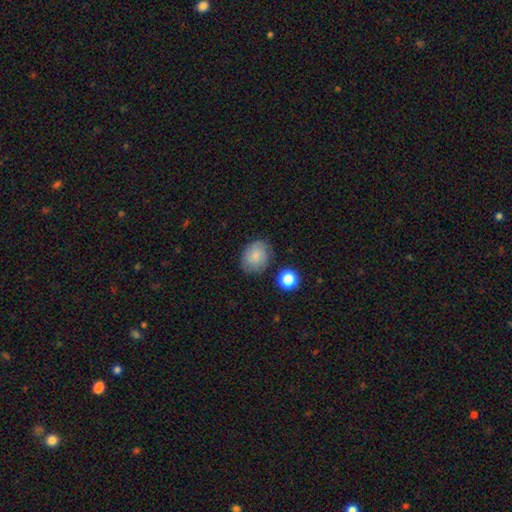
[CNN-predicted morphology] smooth-or-featured: smooth: 72% | featured or disk: 18% | star or artifact: 9%
  how-rounded: in between: 54% | round: 45% | cigar-shaped: 1%
  merging: none: 78% | minor disturbance: 16% | major disturbance: 4% | merger: 3%